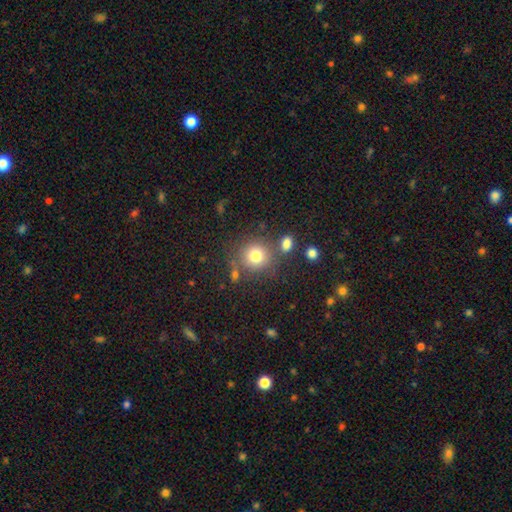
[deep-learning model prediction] Smooth or featured: smooth — 78% (star or artifact — 12%)
How rounded: round — 89% (in between — 10%)
Merging: none — 74% (merger — 11%)